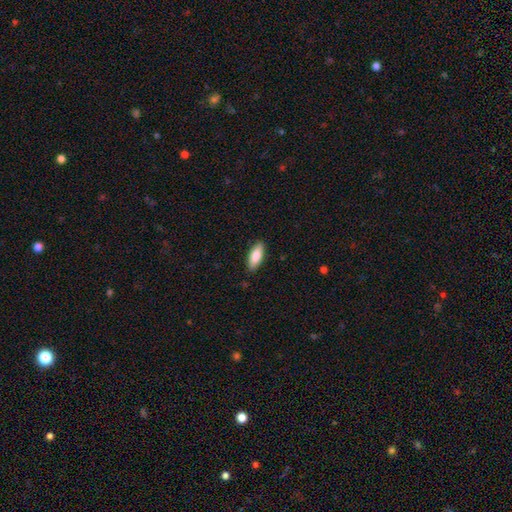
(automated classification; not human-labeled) A smooth galaxy with no disk features (84%) that is in between round and cigar-shaped (74%). Merging: none (88%).